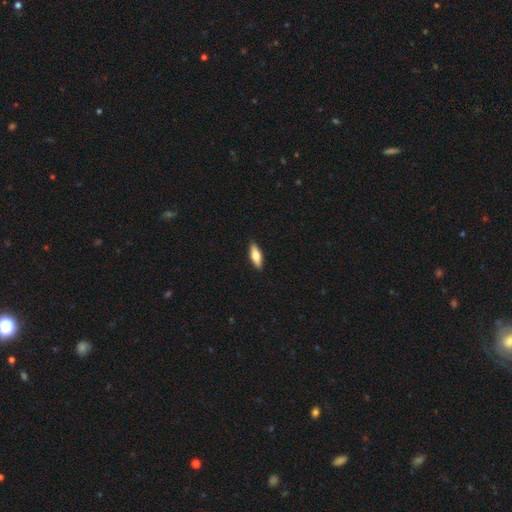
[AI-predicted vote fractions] Q: Smooth or featured?
A: smooth (62%); runner-up: featured or disk (32%)
Q: How rounded?
A: in between (59%); runner-up: cigar-shaped (38%)
Q: Merging?
A: none (89%); runner-up: minor disturbance (8%)